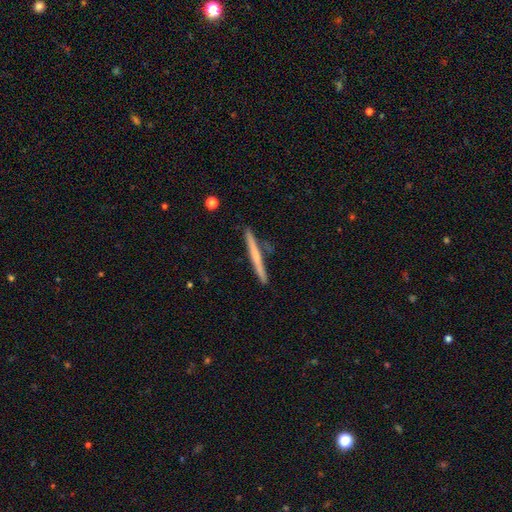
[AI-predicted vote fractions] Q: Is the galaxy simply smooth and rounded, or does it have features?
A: smooth — 49%.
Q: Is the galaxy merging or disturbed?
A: none — 87%.